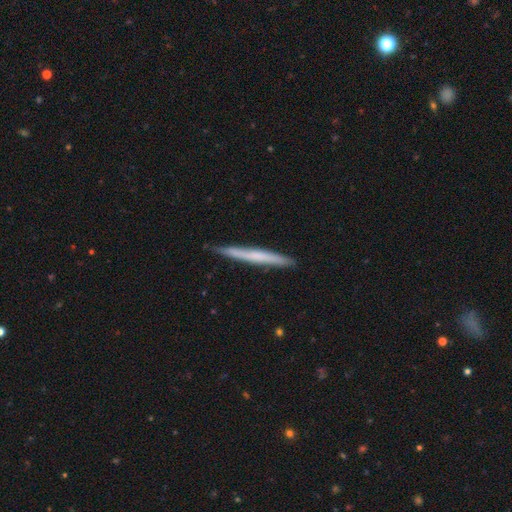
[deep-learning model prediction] smooth_or_featured: smooth (p=0.49) [alt: featured or disk p=0.45]
merging: none (p=0.86) [alt: minor disturbance p=0.11]